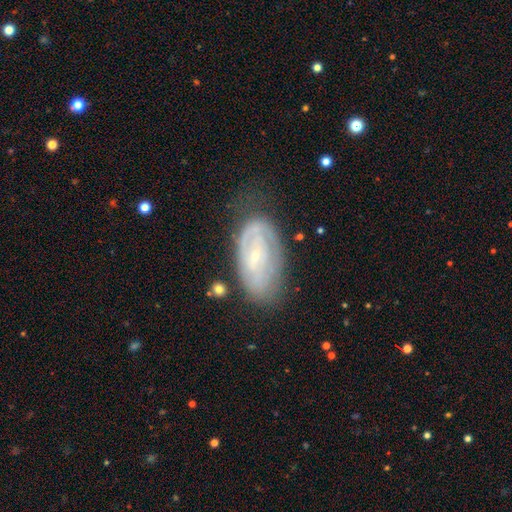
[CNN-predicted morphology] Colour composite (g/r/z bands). It shows a featured or disk galaxy (72%) with no bar (50%), tight (62%) spiral arms (75%) and a small central bulge (80%). Merging: none (61%).